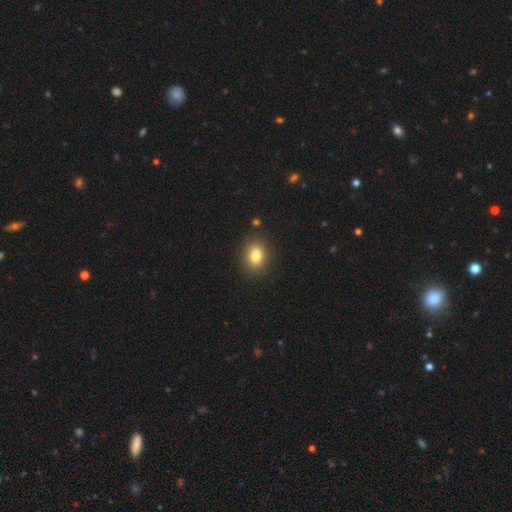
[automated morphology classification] smooth-or-featured: smooth: 79% | star or artifact: 10% | featured or disk: 10%
  how-rounded: in between: 60% | round: 39% | cigar-shaped: 1%
  merging: none: 77% | minor disturbance: 13% | merger: 7% | major disturbance: 3%